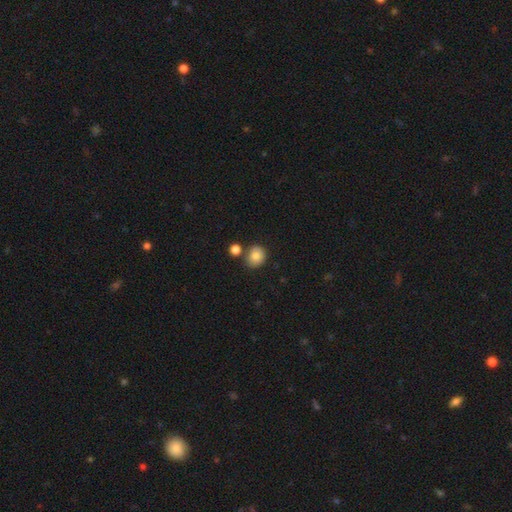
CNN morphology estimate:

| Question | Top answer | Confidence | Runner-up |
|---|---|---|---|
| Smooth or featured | smooth | 82% | star or artifact (10%) |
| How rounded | round | 73% | in between (26%) |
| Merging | none | 71% | merger (14%) |